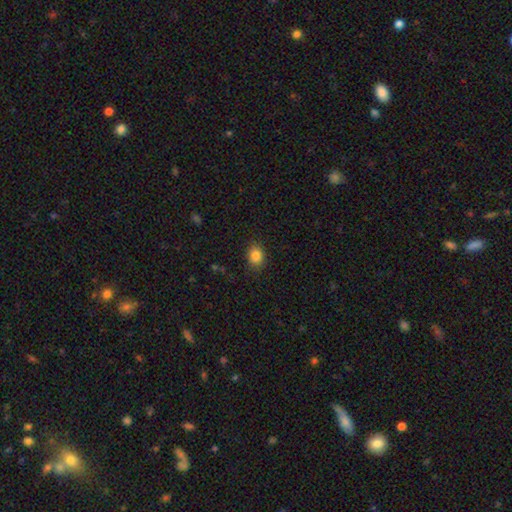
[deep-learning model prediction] Smooth or featured? Predicted: smooth (p=0.84). How rounded? Predicted: in between (p=0.51). Merging? Predicted: none (p=0.87).